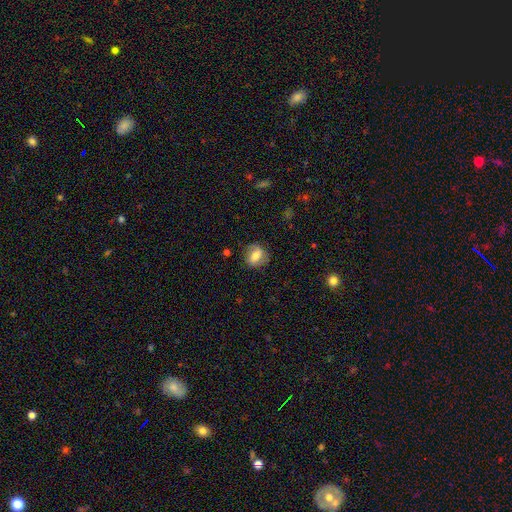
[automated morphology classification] A smooth galaxy with no disk features (67%) that is in between round and cigar-shaped (50%). Merging: none (76%).